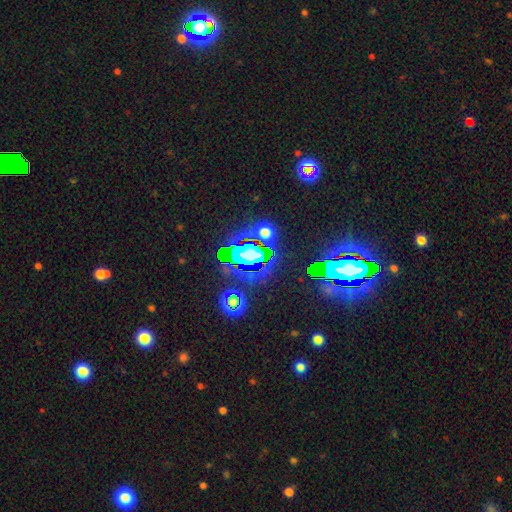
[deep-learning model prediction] Smooth or featured: star or artifact — 60% (smooth — 24%)